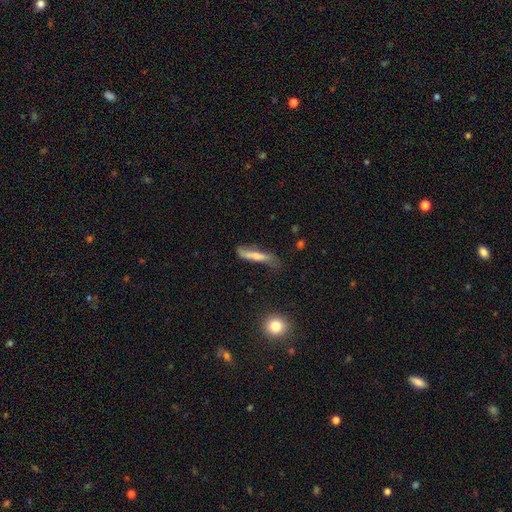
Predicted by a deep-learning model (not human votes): Smooth or featured? smooth (58%)
How rounded? cigar-shaped (84%)
Merging? none (49%)